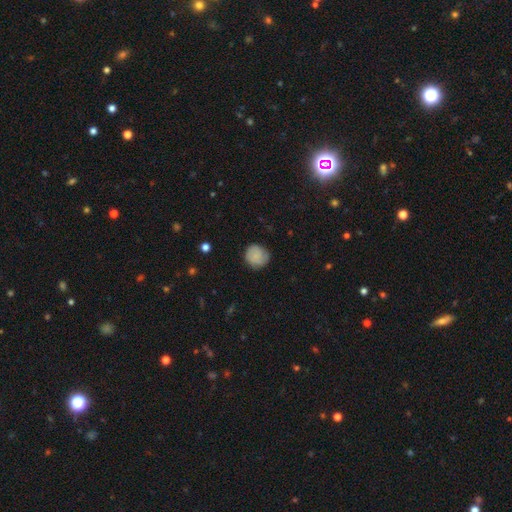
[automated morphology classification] Smooth or featured?
  - smooth: 76% *
  - featured or disk: 17%
  - star or artifact: 8%
How rounded?
  - round: 89% *
  - in between: 10%
  - cigar-shaped: 1%
Merging?
  - none: 80% *
  - minor disturbance: 16%
  - major disturbance: 4%
  - merger: 1%